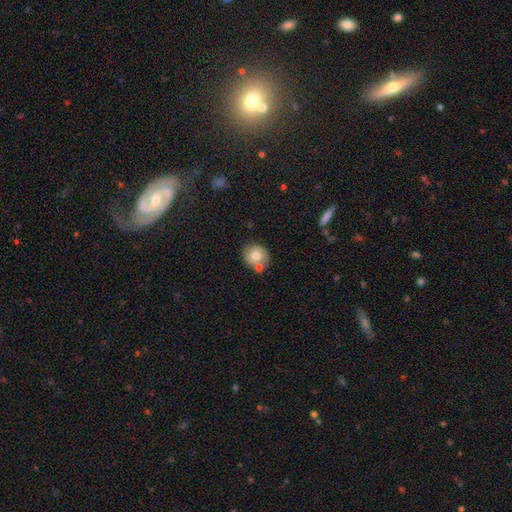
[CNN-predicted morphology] A smooth galaxy with no disk features (75%) that is round (80%). Merging: none (65%).